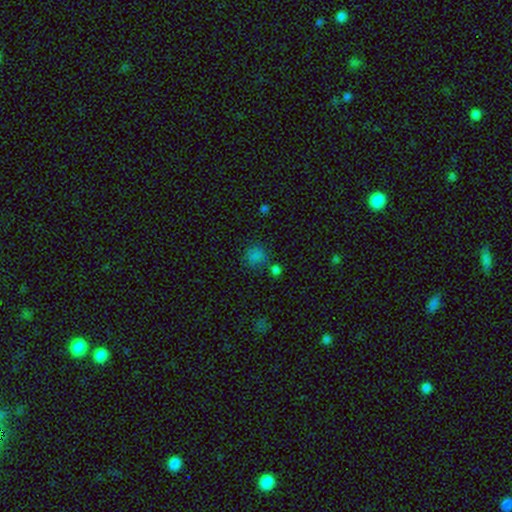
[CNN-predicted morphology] This is likely a smooth galaxy (76%). How rounded: clearly round (84%). Merging: likely none (69%).